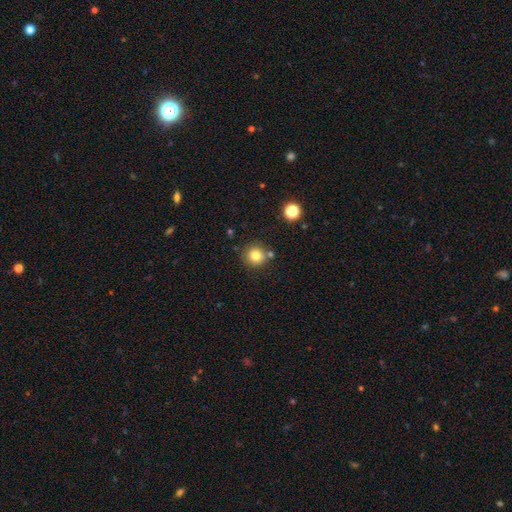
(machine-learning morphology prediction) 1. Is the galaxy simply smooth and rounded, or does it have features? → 80% smooth, 12% star or artifact, 8% featured or disk.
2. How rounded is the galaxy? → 93% round, 6% in between, 1% cigar-shaped.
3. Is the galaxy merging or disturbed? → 76% none, 11% merger, 10% minor disturbance, 3% major disturbance.